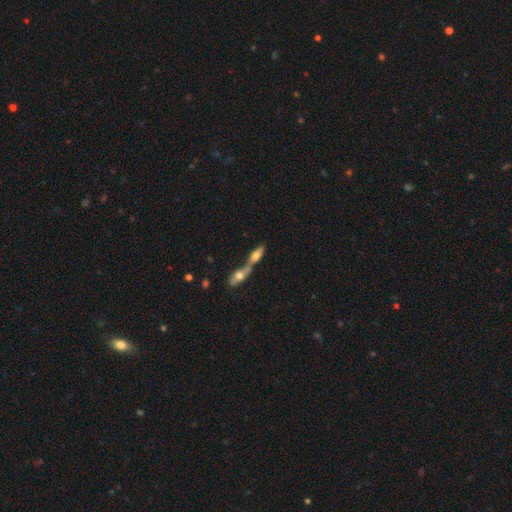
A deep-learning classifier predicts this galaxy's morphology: Smooth or featured: smooth — 66% (featured or disk — 26%)
How rounded: in between — 65% (cigar-shaped — 31%)
Merging: merger — 75% (none — 17%)